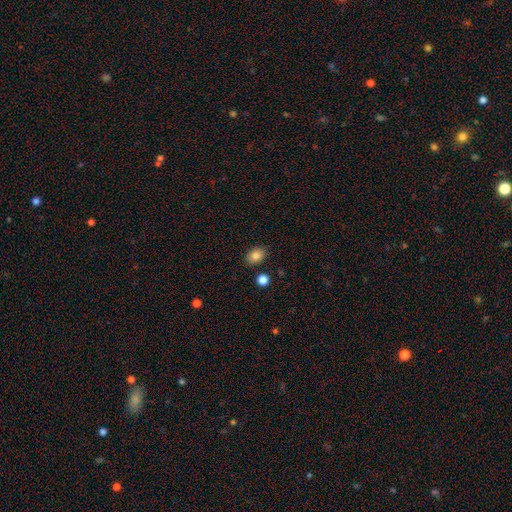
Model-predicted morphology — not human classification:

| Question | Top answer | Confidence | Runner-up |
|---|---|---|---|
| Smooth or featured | smooth | 84% | star or artifact (10%) |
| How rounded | in between | 74% | round (25%) |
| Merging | none | 86% | minor disturbance (9%) |